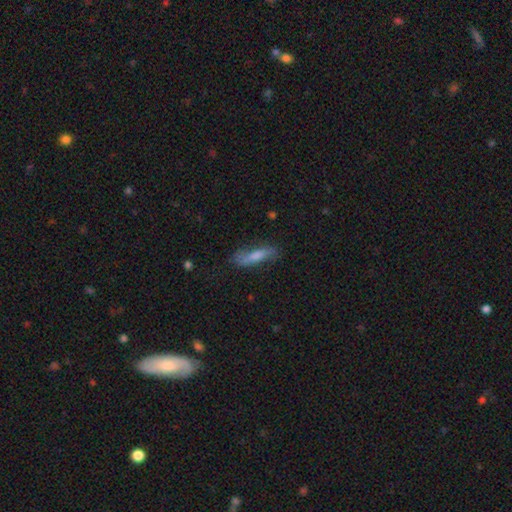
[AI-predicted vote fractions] Smooth or featured? smooth (53%)
How rounded? cigar-shaped (72%)
Merging? none (71%)